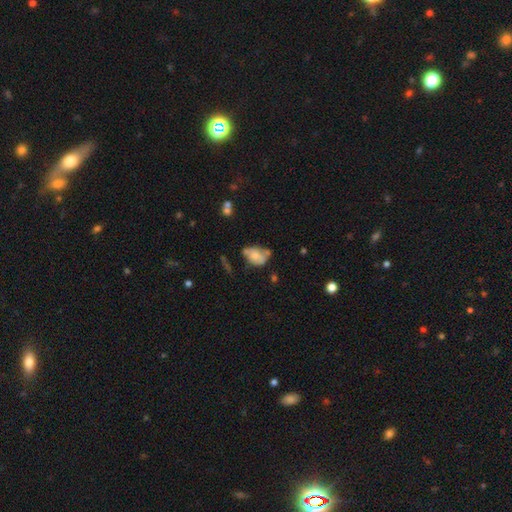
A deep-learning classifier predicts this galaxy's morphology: Overall: smooth (60%; featured or disk 31%). How rounded: in between (81%). Merging: none (35%; minor disturbance 31%).